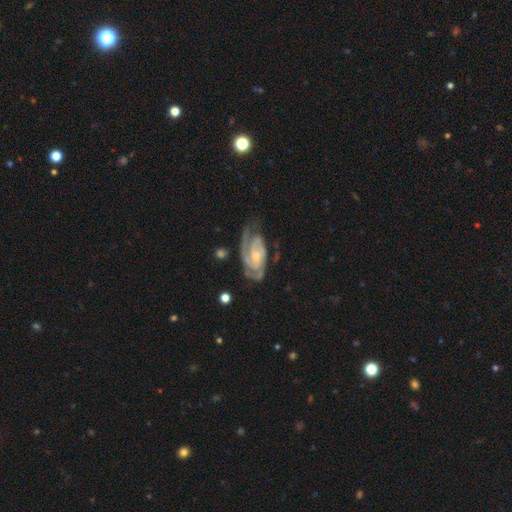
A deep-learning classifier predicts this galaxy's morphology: Q: Smooth or featured?
A: featured or disk (89%); runner-up: smooth (7%)
Q: Edge-on disk?
A: no (97%); runner-up: yes (3%)
Q: Bar?
A: no (59%); runner-up: weak (32%)
Q: Spiral arms?
A: yes (98%); runner-up: no (2%)
Q: Spiral winding?
A: tight (64%); runner-up: medium (31%)
Q: Spiral arm count?
A: 2 (54%); runner-up: 3 (21%)
Q: Bulge size?
A: small (57%); runner-up: moderate (32%)
Q: Merging?
A: none (62%); runner-up: minor disturbance (23%)